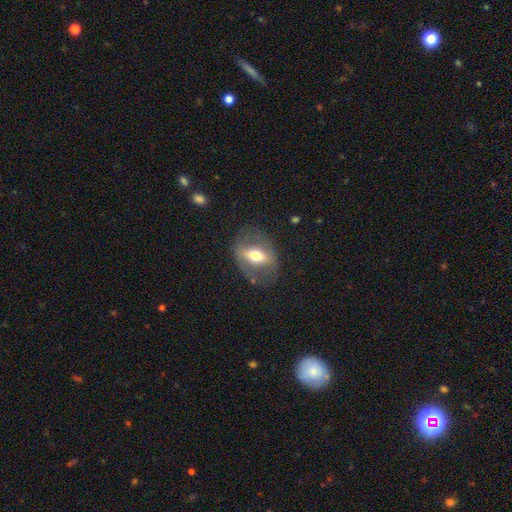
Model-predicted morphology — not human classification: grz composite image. It shows a featured or disk galaxy (54%). Merging: none (70%).